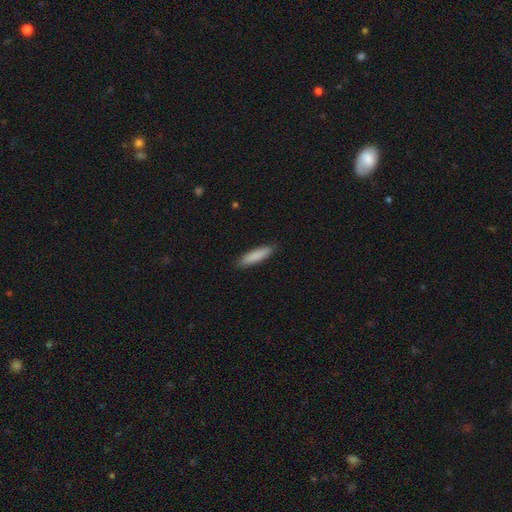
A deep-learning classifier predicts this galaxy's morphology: Smooth or featured?
  - smooth: 87% *
  - featured or disk: 8%
  - star or artifact: 6%
How rounded?
  - cigar-shaped: 80% *
  - in between: 19%
  - round: 1%
Merging?
  - none: 89% *
  - minor disturbance: 8%
  - major disturbance: 2%
  - merger: 1%